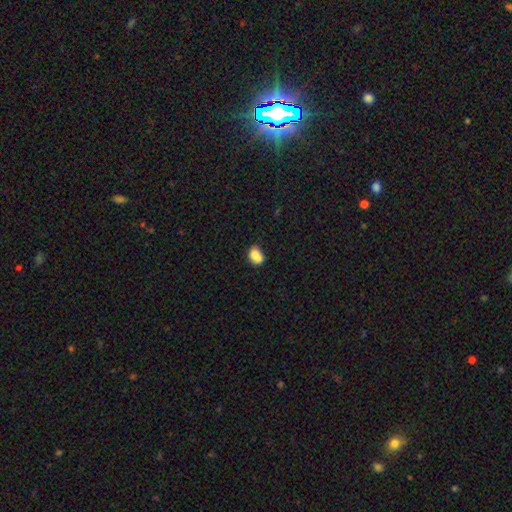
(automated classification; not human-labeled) This is likely a smooth galaxy (77%). How rounded: likely in between (64%). Merging: marginally merger (44%).